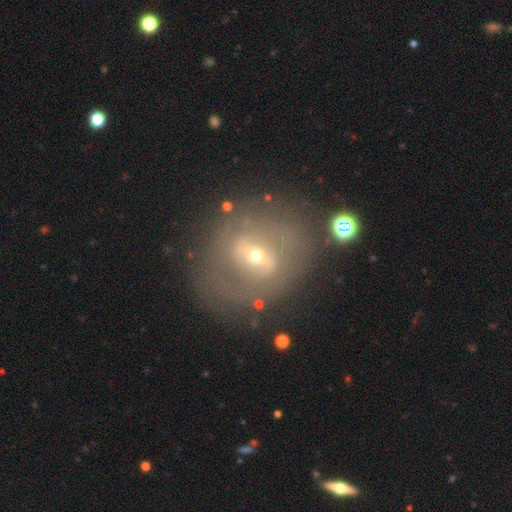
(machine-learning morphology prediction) A featured or disk galaxy (65%) with a weak bar (39%), no spiral arms (62%) and a small central bulge (62%).

Vote fractions:
- Smooth or featured? featured or disk: 65% / smooth: 25% / star or artifact: 10%
- Edge-on disk? no: 94% / yes: 6%
- Bar? weak: 39% / strong: 32% / no: 29%
- Spiral arms? no: 62% / yes: 38%
- Bulge size? small: 62% / moderate: 34% / large: 2% / dominant: 1% / none: 1%
- Merging? none: 73% / minor disturbance: 14% / major disturbance: 10% / merger: 3%